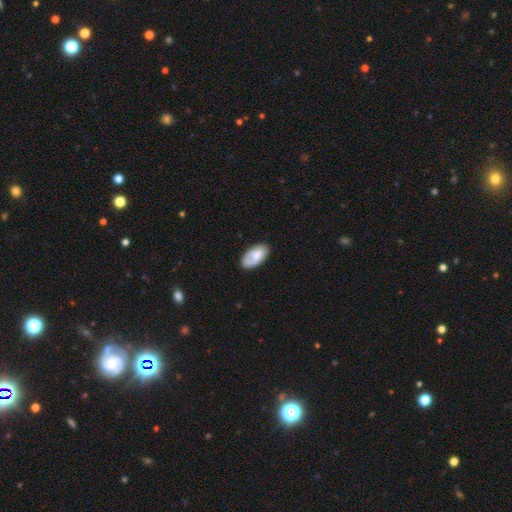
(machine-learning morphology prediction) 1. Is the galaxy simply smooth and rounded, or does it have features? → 71% smooth, 22% featured or disk, 6% star or artifact.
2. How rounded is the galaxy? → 95% in between, 3% round, 2% cigar-shaped.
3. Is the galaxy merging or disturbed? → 69% none, 22% minor disturbance, 7% major disturbance, 2% merger.